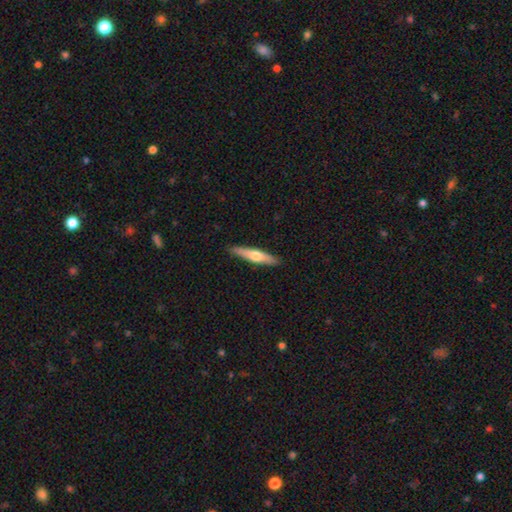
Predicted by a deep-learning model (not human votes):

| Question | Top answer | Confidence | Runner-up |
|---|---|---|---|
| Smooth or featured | smooth | 50% | featured or disk (45%) |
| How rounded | cigar-shaped | 84% | in between (14%) |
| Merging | none | 89% | minor disturbance (8%) |